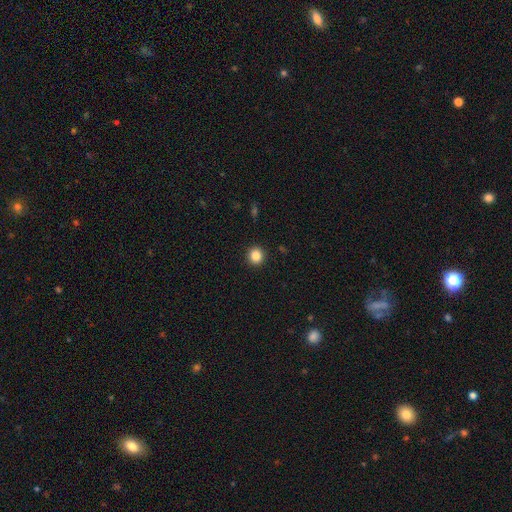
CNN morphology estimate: The model was most divided on "smooth or featured": smooth: 86%, star or artifact: 11%, featured or disk: 4%. More confident: merging — none (93%); how rounded — round (92%).